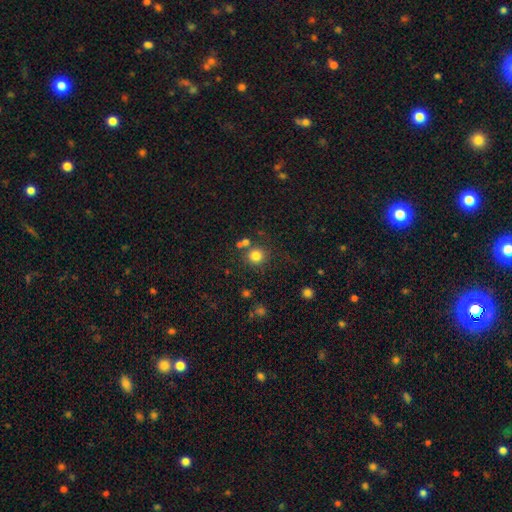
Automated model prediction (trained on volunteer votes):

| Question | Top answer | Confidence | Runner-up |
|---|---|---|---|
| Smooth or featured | smooth | 81% | star or artifact (13%) |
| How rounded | round | 91% | in between (8%) |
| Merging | none | 74% | merger (13%) |